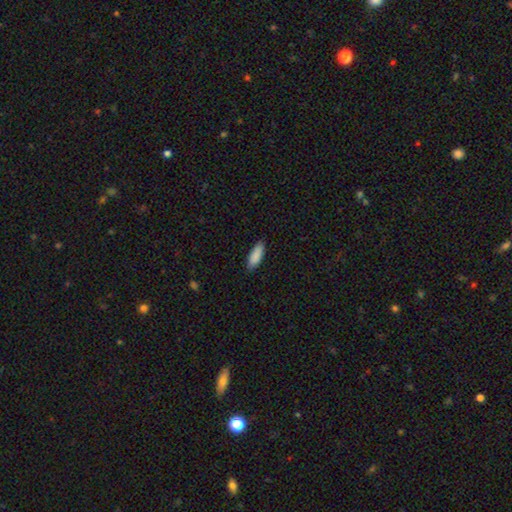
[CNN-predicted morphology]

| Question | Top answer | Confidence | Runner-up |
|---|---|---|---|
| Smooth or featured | smooth | 90% | star or artifact (6%) |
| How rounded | in between | 66% | cigar-shaped (32%) |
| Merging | none | 86% | minor disturbance (11%) |